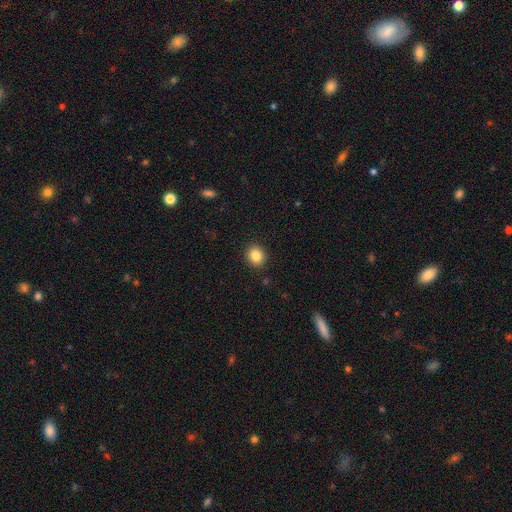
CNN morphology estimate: Smooth or featured? smooth (85%)
How rounded? round (71%)
Merging? none (91%)